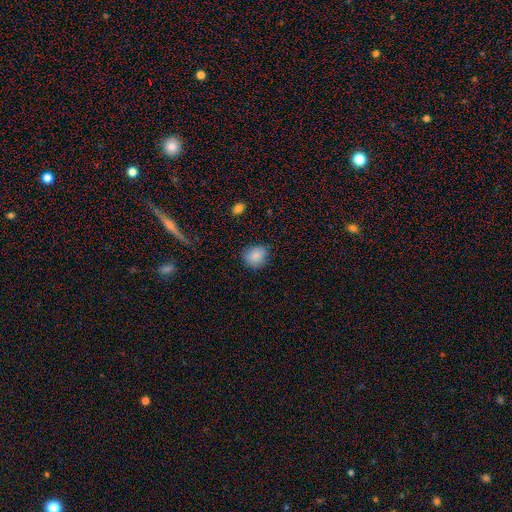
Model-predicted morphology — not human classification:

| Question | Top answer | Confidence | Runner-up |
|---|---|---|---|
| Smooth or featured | smooth | 86% | star or artifact (9%) |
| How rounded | round | 77% | in between (22%) |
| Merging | none | 80% | minor disturbance (16%) |